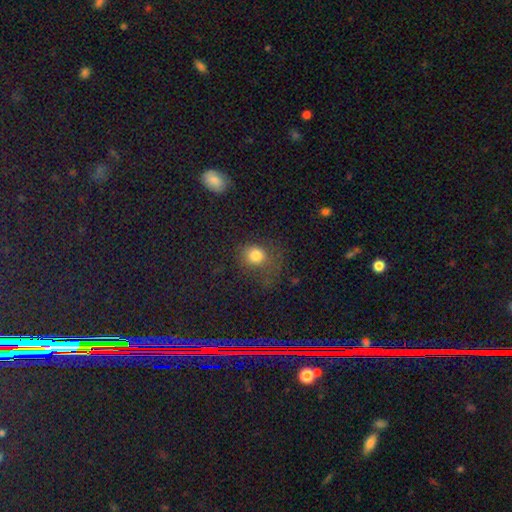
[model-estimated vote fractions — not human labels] smooth-or-featured: smooth: 78% | star or artifact: 14% | featured or disk: 9%
  how-rounded: round: 73% | in between: 26% | cigar-shaped: 1%
  merging: none: 52% | major disturbance: 23% | minor disturbance: 22% | merger: 3%